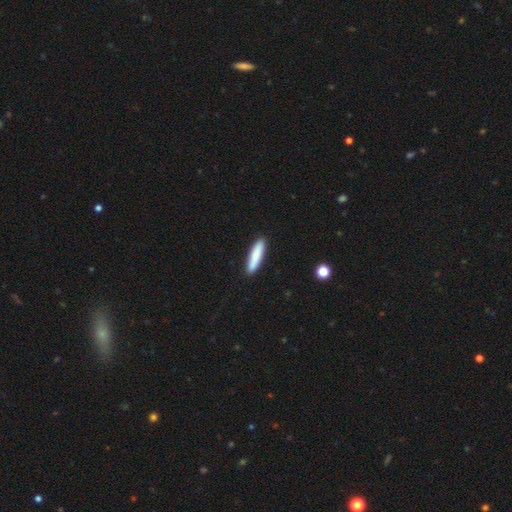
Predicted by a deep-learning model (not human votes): A smooth galaxy with no disk features (83%) that is cigar-shaped (85%).

Vote fractions:
- Smooth or featured? smooth: 83% / featured or disk: 11% / star or artifact: 5%
- How rounded? cigar-shaped: 85% / in between: 13% / round: 1%
- Merging? none: 90% / minor disturbance: 7% / major disturbance: 1% / merger: 1%